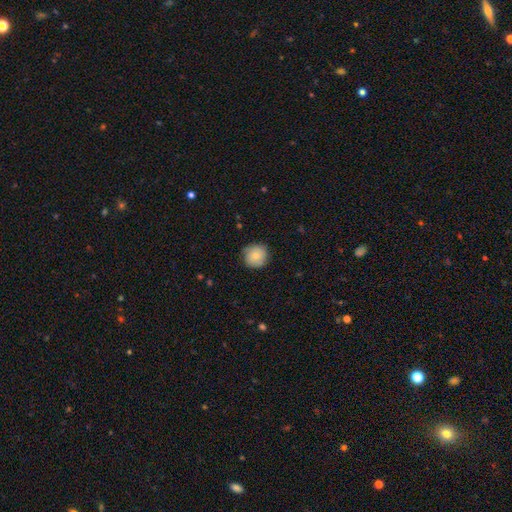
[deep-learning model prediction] A smooth galaxy with no disk features (77%) that is round (92%).

Vote fractions:
- Smooth or featured? smooth: 77% / featured or disk: 16% / star or artifact: 7%
- How rounded? round: 92% / in between: 7% / cigar-shaped: 1%
- Merging? none: 79% / minor disturbance: 17% / major disturbance: 3% / merger: 1%